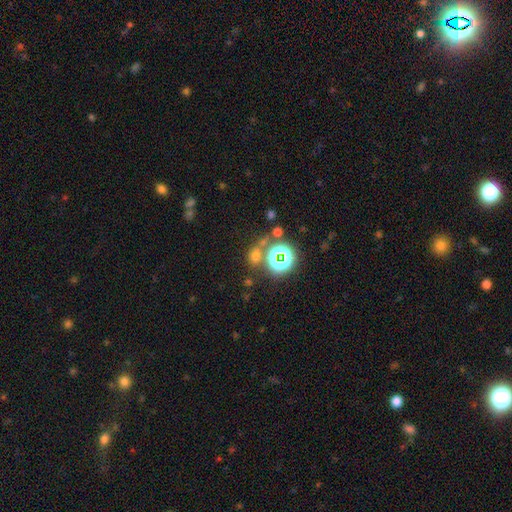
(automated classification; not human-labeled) A smooth galaxy with no disk features (52%) that is round (64%). Merging: none (63%).